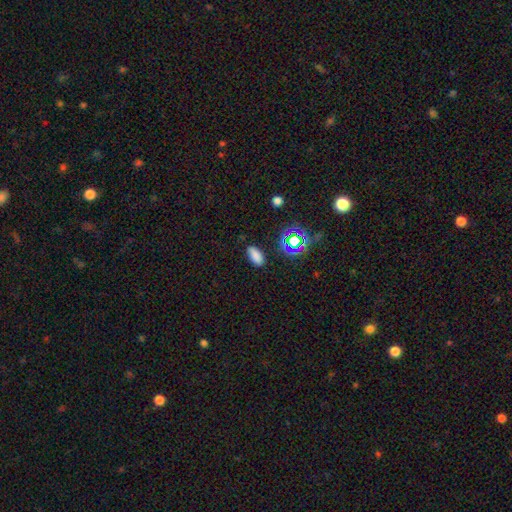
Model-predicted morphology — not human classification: Smooth or featured?
  - smooth: 77% *
  - star or artifact: 17%
  - featured or disk: 6%
How rounded?
  - in between: 87% *
  - cigar-shaped: 8%
  - round: 5%
Merging?
  - none: 83% *
  - minor disturbance: 12%
  - major disturbance: 3%
  - merger: 2%